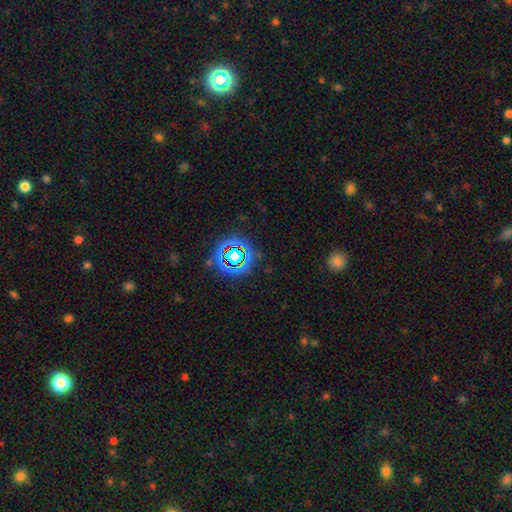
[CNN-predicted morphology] type=star or artifact (71%).